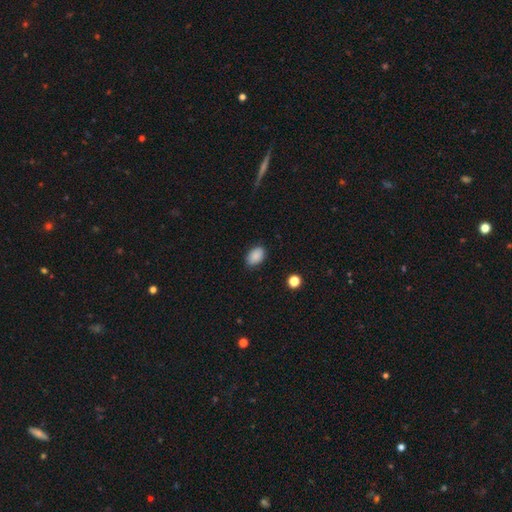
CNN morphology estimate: Smooth or featured: smooth — 88% (star or artifact — 8%)
How rounded: in between — 87% (round — 12%)
Merging: none — 84% (minor disturbance — 12%)